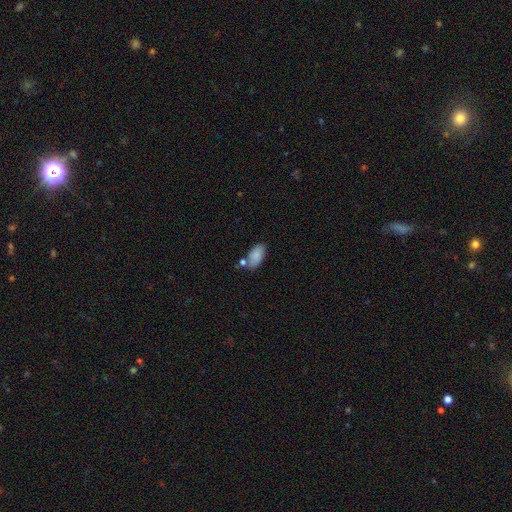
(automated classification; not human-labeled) This appears to be a smooth galaxy with no disk features (85%) that is in between round and cigar-shaped (92%). Merging: none (61%).